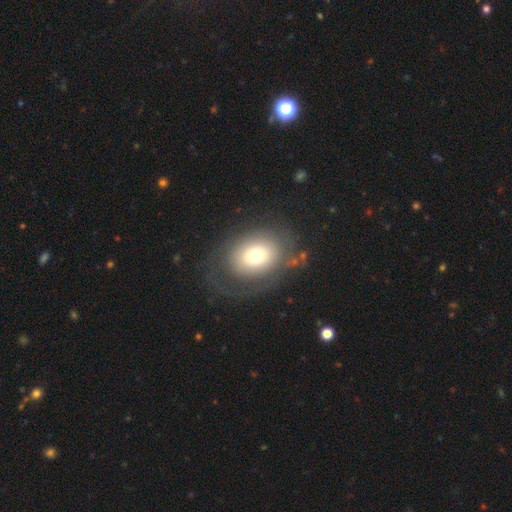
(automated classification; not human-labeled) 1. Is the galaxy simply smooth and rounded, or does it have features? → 58% smooth, 32% featured or disk, 10% star or artifact.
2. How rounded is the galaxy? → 62% in between, 37% round, 1% cigar-shaped.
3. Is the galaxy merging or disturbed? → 64% none, 17% major disturbance, 17% minor disturbance, 2% merger.